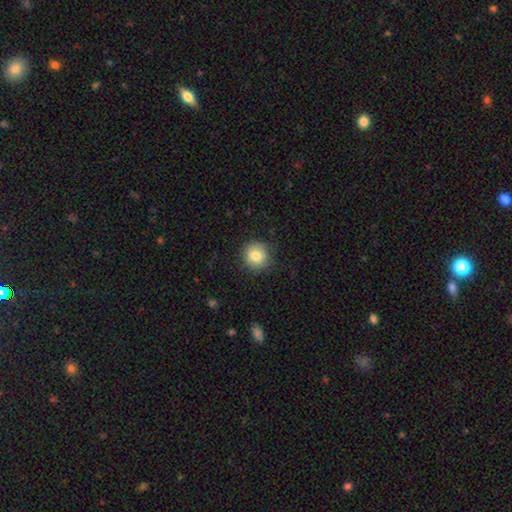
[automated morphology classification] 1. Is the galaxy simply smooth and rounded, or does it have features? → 81% smooth, 10% featured or disk, 9% star or artifact.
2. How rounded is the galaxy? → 90% round, 9% in between, 1% cigar-shaped.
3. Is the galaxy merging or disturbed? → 85% none, 11% minor disturbance, 3% major disturbance, 1% merger.